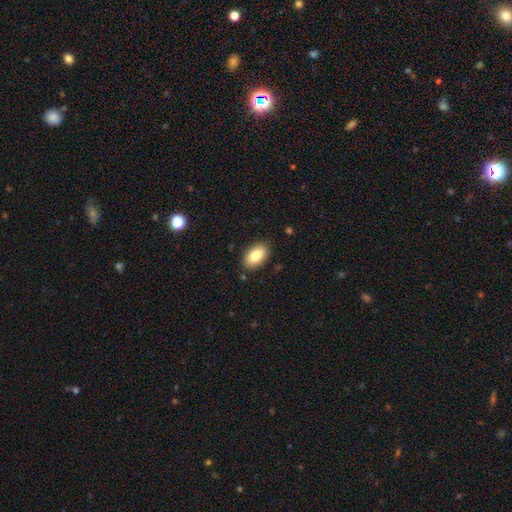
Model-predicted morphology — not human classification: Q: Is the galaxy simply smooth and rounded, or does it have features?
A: smooth — 80%.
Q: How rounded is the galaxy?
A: in between — 91%.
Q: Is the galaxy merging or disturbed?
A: none — 87%.